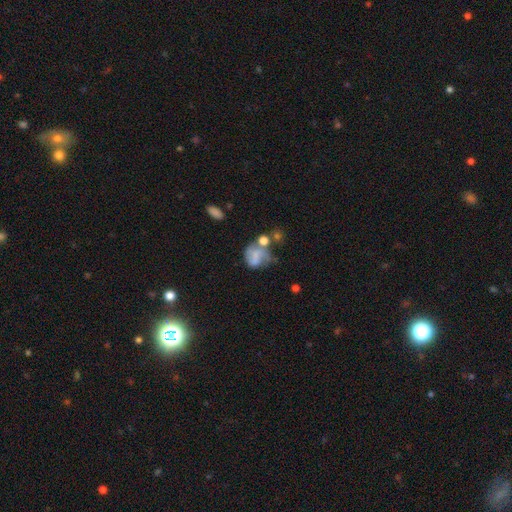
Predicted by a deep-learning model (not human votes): Overall: smooth (53%; featured or disk 36%). How rounded: round (54%; in between 45%). Merging: major disturbance (28%; none 26%).